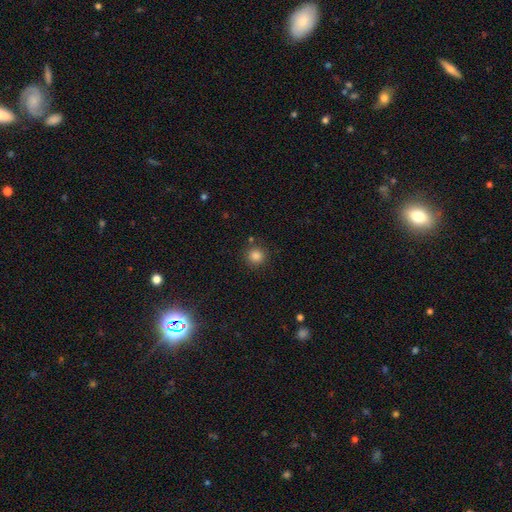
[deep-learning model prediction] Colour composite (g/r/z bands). It shows a smooth galaxy with no disk features (84%) that is round (94%). Merging: none (86%).